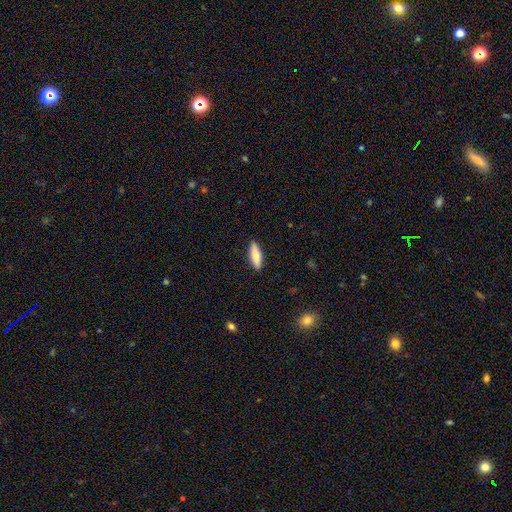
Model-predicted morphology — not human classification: A smooth galaxy with no disk features (81%) that is in between round and cigar-shaped (50%). Merging: none (89%).